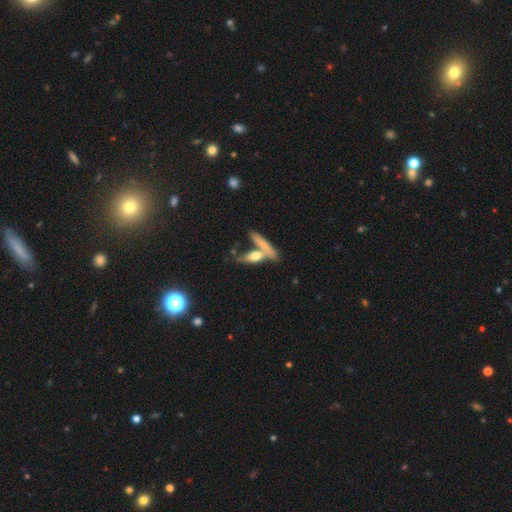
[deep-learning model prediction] Smooth or featured?
  - smooth: 62% *
  - featured or disk: 31%
  - star or artifact: 7%
How rounded?
  - cigar-shaped: 61% *
  - in between: 35%
  - round: 4%
Merging?
  - none: 46% *
  - merger: 38%
  - minor disturbance: 11%
  - major disturbance: 5%